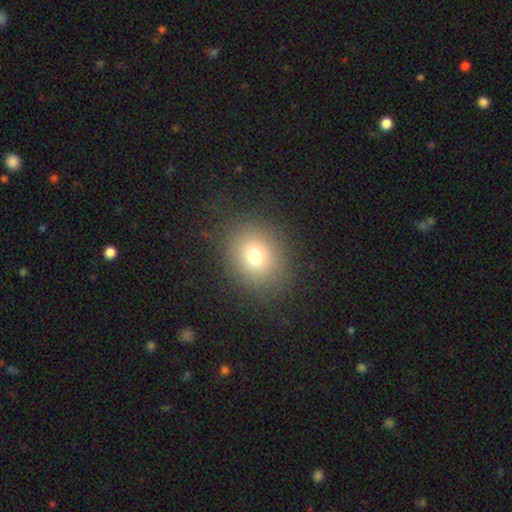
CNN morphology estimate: Overall: smooth (74%). How rounded: round (68%; in between 32%). Merging: none (85%).